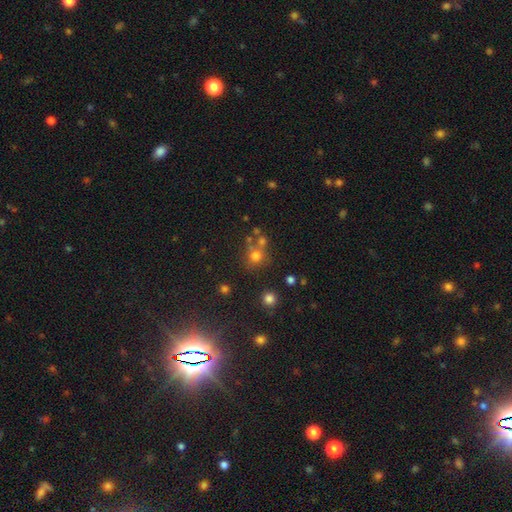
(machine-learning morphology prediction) Overall: smooth (69%). How rounded: round (85%). Merging: none (58%; merger 25%).